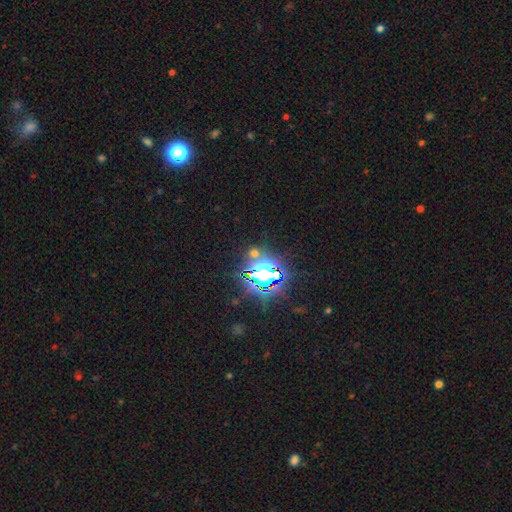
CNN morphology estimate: A star or artifact, not a galaxy (74%).